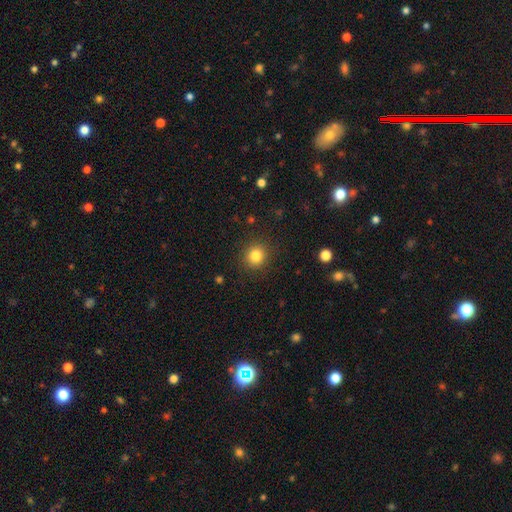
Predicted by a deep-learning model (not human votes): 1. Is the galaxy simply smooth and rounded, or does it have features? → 82% smooth, 12% star or artifact, 6% featured or disk.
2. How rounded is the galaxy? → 89% round, 10% in between, 1% cigar-shaped.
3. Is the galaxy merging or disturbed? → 90% none, 7% minor disturbance, 3% major disturbance, 1% merger.